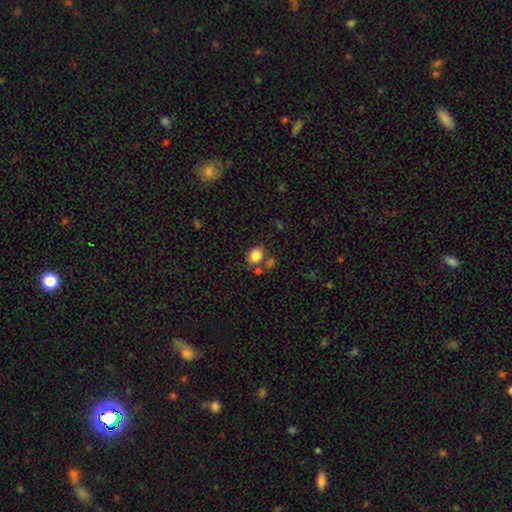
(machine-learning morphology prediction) Smooth or featured?
  - smooth: 84% *
  - star or artifact: 10%
  - featured or disk: 6%
How rounded?
  - in between: 60% *
  - round: 39%
  - cigar-shaped: 1%
Merging?
  - none: 63% *
  - merger: 18%
  - minor disturbance: 14%
  - major disturbance: 5%